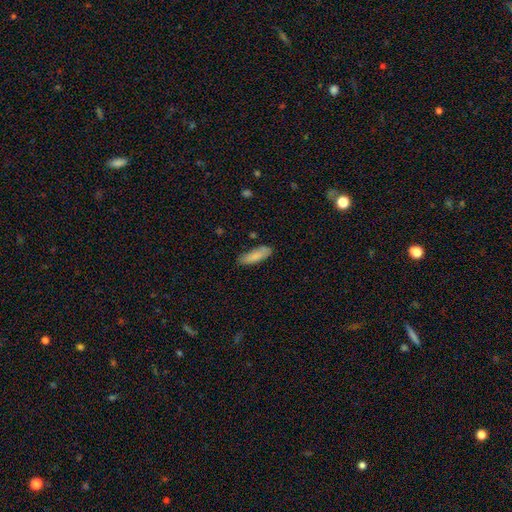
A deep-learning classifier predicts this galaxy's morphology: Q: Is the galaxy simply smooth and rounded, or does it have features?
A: smooth — 84%.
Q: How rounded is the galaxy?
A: in between — 51%.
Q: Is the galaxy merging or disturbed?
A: none — 78%.